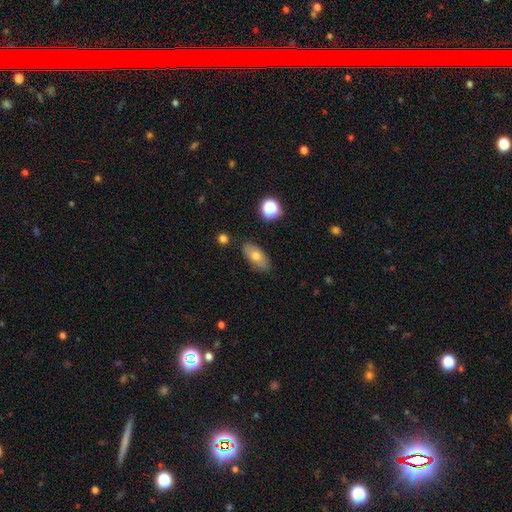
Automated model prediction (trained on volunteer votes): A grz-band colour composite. It shows a smooth galaxy with no disk features (72%) that is in between round and cigar-shaped (88%). Merging: none (82%).